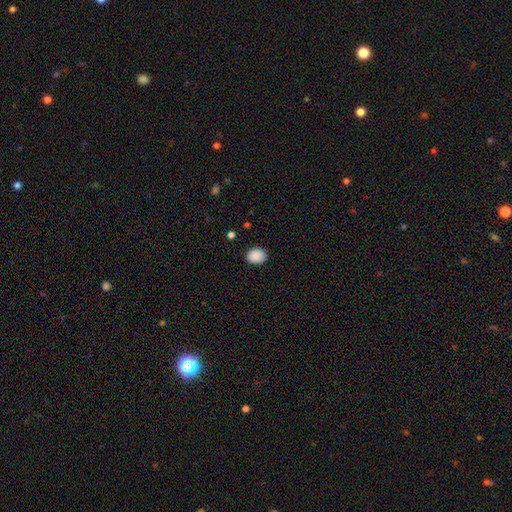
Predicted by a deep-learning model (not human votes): smooth_or_featured: smooth (p=0.90) [alt: star or artifact p=0.08]
how_rounded: in between (p=0.50) [alt: round p=0.49]
merging: none (p=0.88) [alt: minor disturbance p=0.09]